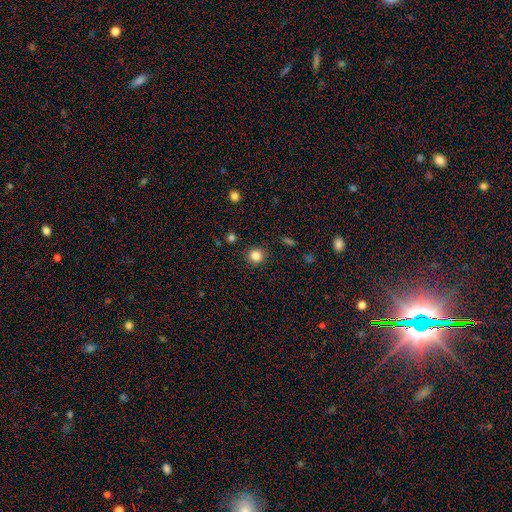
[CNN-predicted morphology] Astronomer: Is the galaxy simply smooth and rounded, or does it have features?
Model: smooth — 83%.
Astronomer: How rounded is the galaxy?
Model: round — 92%.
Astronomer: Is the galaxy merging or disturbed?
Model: none — 90%.